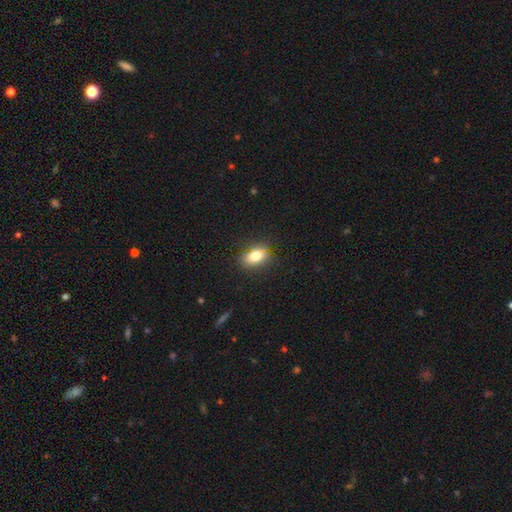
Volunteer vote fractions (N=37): Q: Smooth or featured?
A: smooth (89%); runner-up: featured or disk (8%)
Q: How rounded?
A: in between (73%); runner-up: round (27%)
Q: Merging?
A: none (92%); runner-up: minor disturbance (6%)